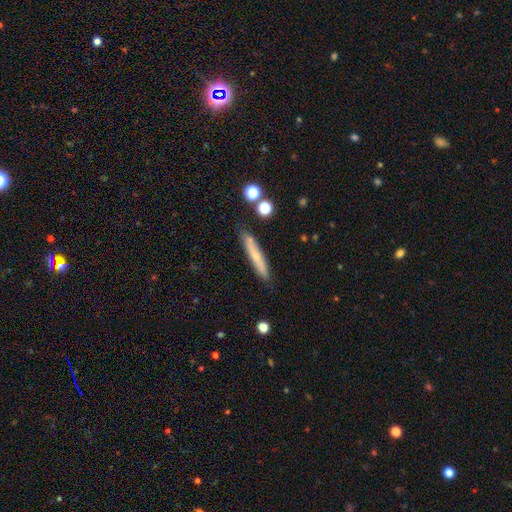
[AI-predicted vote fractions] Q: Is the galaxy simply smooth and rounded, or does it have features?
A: smooth — 55%.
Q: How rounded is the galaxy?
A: cigar-shaped — 92%.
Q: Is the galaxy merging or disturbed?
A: none — 83%.